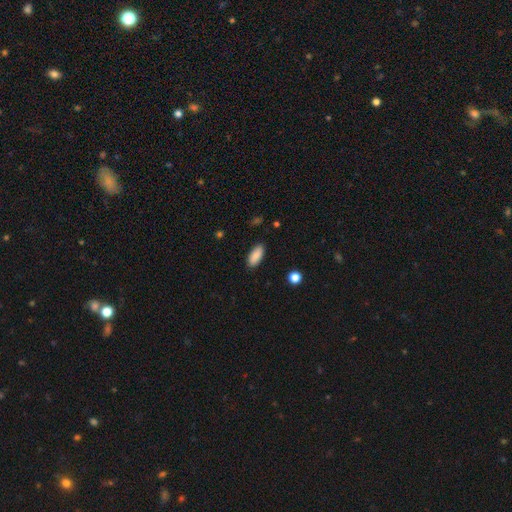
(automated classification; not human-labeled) A smooth galaxy with no disk features (89%) that is in between round and cigar-shaped (87%).

Vote fractions:
- Smooth or featured? smooth: 89% / star or artifact: 7% / featured or disk: 5%
- How rounded? in between: 87% / cigar-shaped: 11% / round: 2%
- Merging? none: 89% / minor disturbance: 8% / major disturbance: 2% / merger: 1%